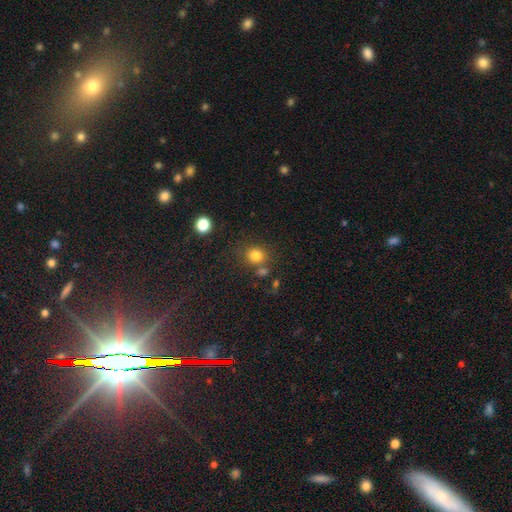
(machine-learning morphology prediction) Smooth or featured: smooth — 80% (star or artifact — 14%)
How rounded: round — 79% (in between — 20%)
Merging: none — 70% (merger — 14%)